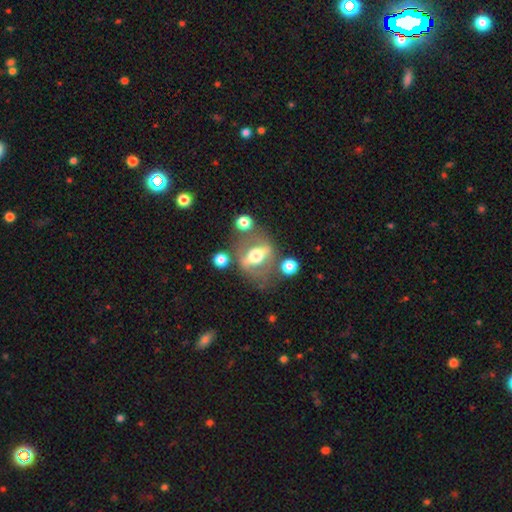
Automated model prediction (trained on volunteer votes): smooth_or_featured: featured or disk (p=0.67) [alt: smooth p=0.25]
disk_edge_on: no (p=0.59) [alt: yes p=0.41]
merging: none (p=0.63) [alt: minor disturbance p=0.16]